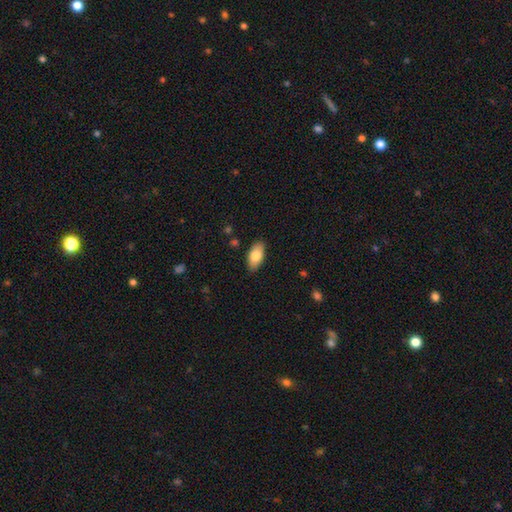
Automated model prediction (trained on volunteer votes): Smooth or featured?
  - smooth: 81% *
  - featured or disk: 13%
  - star or artifact: 6%
How rounded?
  - in between: 92% *
  - cigar-shaped: 5%
  - round: 3%
Merging?
  - none: 88% *
  - minor disturbance: 9%
  - major disturbance: 2%
  - merger: 1%